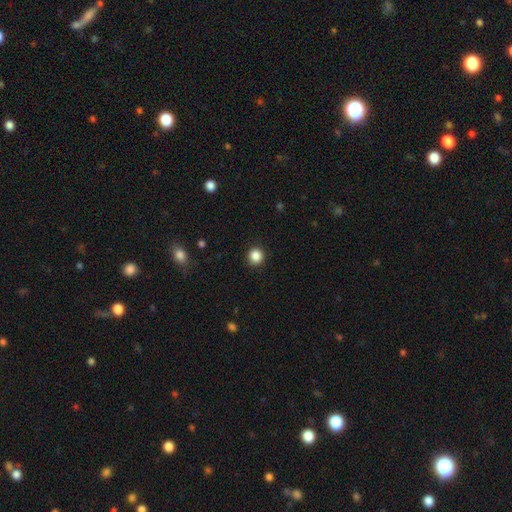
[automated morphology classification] smooth_or_featured: smooth (p=0.86) [alt: star or artifact p=0.11]
how_rounded: round (p=0.93) [alt: in between p=0.06]
merging: none (p=0.92) [alt: minor disturbance p=0.05]